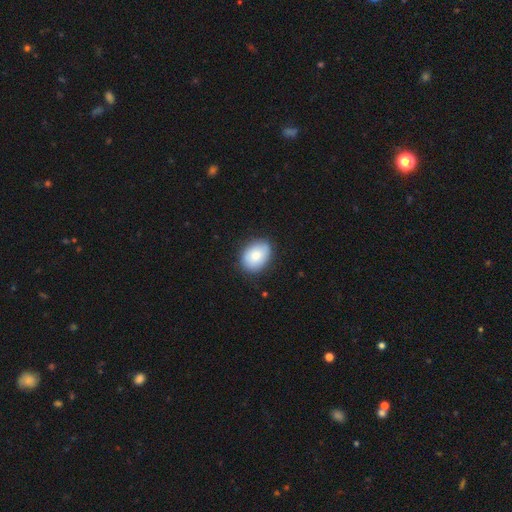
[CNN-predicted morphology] Smooth or featured?
  - smooth: 83% *
  - featured or disk: 10%
  - star or artifact: 7%
How rounded?
  - in between: 70% *
  - round: 29%
  - cigar-shaped: 1%
Merging?
  - none: 83% *
  - minor disturbance: 13%
  - major disturbance: 3%
  - merger: 1%